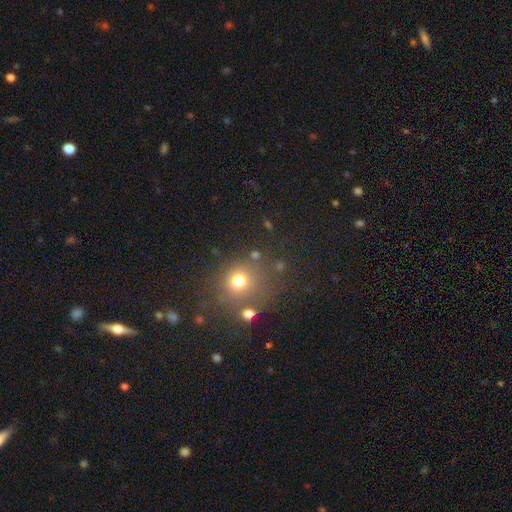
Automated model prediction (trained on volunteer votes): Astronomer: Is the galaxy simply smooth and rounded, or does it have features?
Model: smooth — 67%.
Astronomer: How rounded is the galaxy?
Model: round — 84%.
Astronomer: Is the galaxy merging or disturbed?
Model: none — 73%.